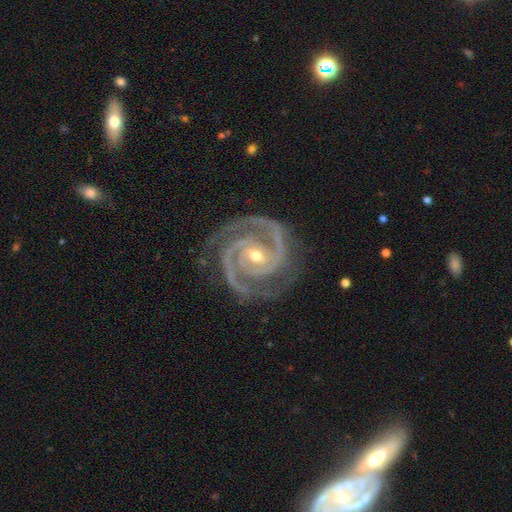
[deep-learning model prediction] Smooth or featured: featured or disk — 94% (star or artifact — 4%)
Edge-on disk: no — 98% (yes — 2%)
Bar: no — 45% (weak — 30%)
Spiral arms: yes — 99% (no — 1%)
Spiral winding: tight — 72% (medium — 26%)
Spiral arm count: 2 — 83% (3 — 10%)
Bulge size: small — 50% (moderate — 47%)
Merging: none — 81% (minor disturbance — 14%)